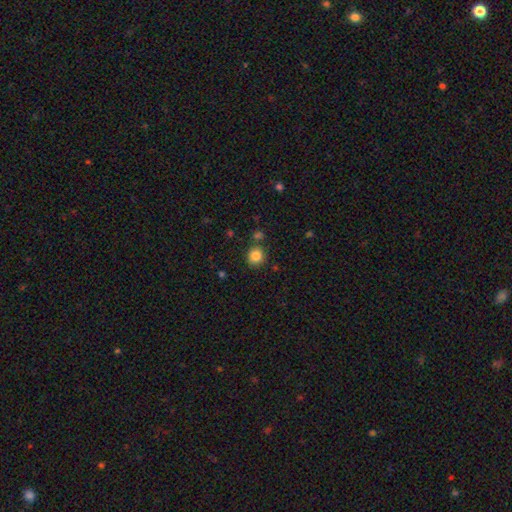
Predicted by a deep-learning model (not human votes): This is clearly a smooth galaxy (84%). How rounded: clearly round (87%). Merging: clearly none (81%).